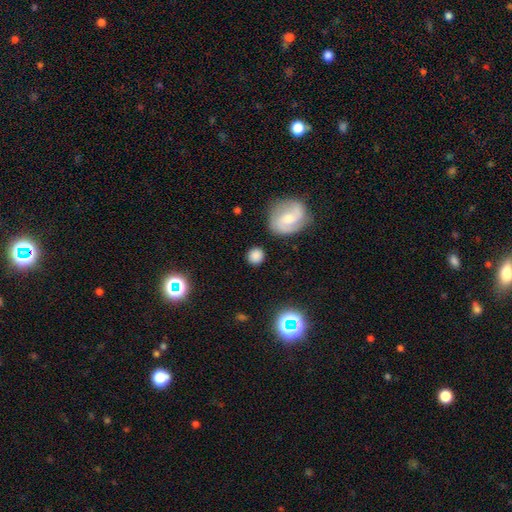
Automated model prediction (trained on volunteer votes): Q: Smooth or featured?
A: smooth (78%); runner-up: featured or disk (12%)
Q: How rounded?
A: round (85%); runner-up: in between (14%)
Q: Merging?
A: none (83%); runner-up: minor disturbance (10%)